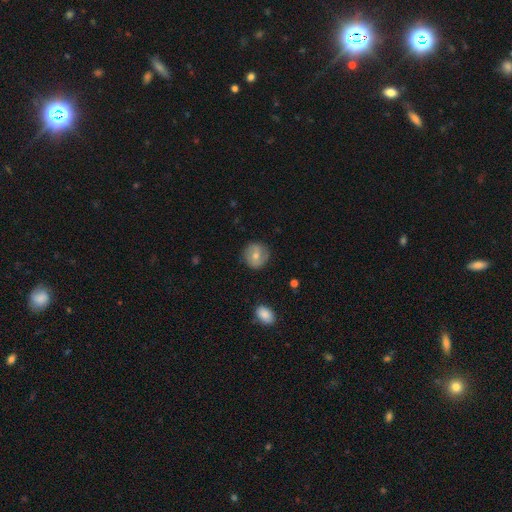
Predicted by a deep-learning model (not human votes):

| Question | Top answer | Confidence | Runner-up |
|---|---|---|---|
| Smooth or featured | smooth | 60% | featured or disk (33%) |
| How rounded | round | 89% | in between (10%) |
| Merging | none | 83% | minor disturbance (13%) |